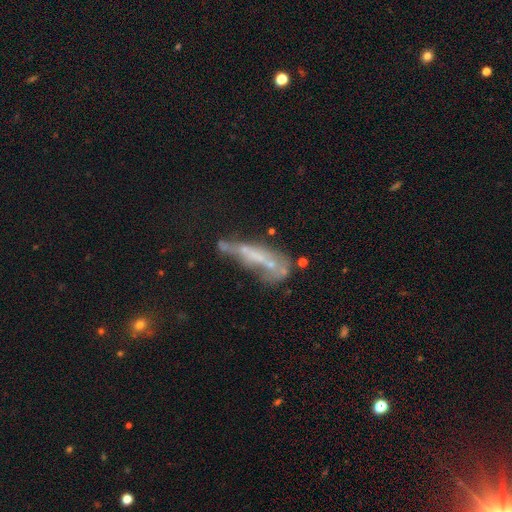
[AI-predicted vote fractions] Q: Smooth or featured?
A: featured or disk (53%); runner-up: smooth (31%)
Q: Edge-on disk?
A: no (72%); runner-up: yes (28%)
Q: Merging?
A: merger (28%); runner-up: major disturbance (27%)